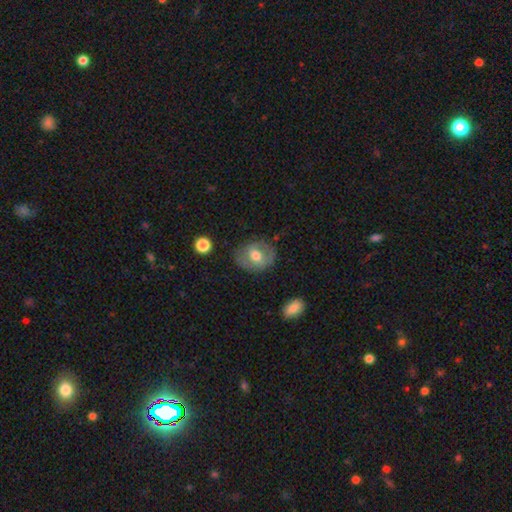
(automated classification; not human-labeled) Morphology: type=smooth (54%); roundness=round (54%); merging=none (73%).